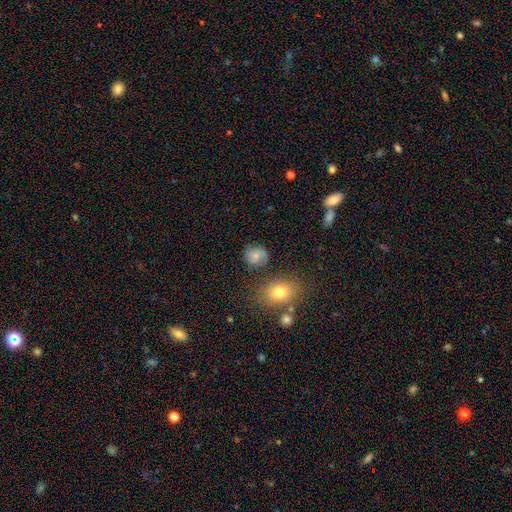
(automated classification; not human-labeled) Morphology: type=smooth (70%); roundness=round (69%); merging=none (75%).